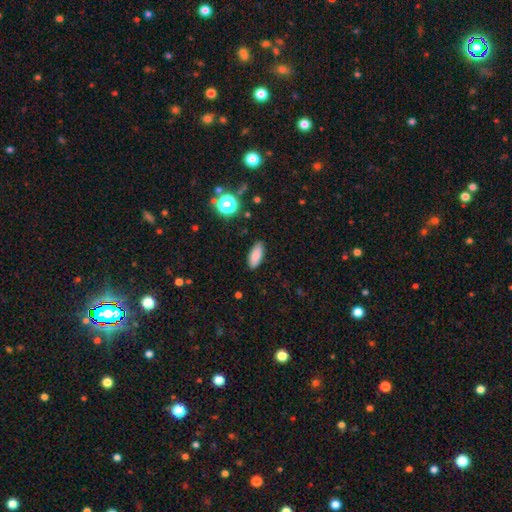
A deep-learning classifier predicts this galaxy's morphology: A smooth galaxy with no disk features (86%) that is in between round and cigar-shaped (81%). Merging: none (88%).